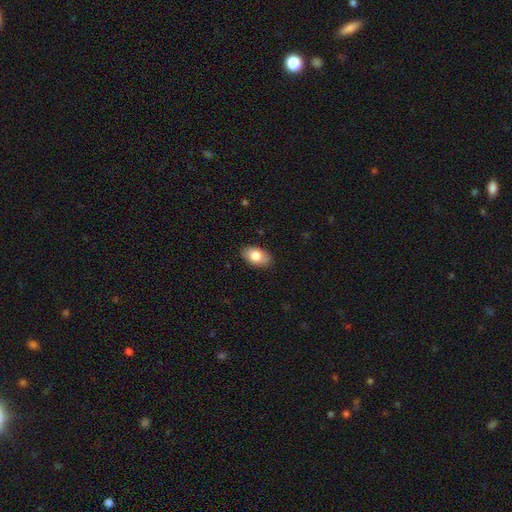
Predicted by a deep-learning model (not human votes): Smooth or featured?
  - smooth: 81% *
  - featured or disk: 12%
  - star or artifact: 7%
How rounded?
  - in between: 91% *
  - round: 7%
  - cigar-shaped: 1%
Merging?
  - none: 88% *
  - minor disturbance: 9%
  - major disturbance: 2%
  - merger: 1%